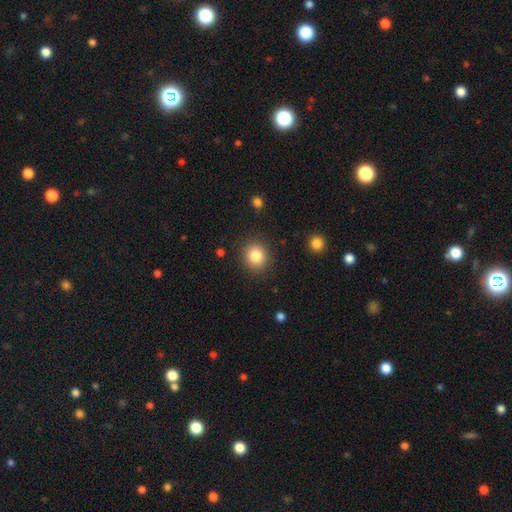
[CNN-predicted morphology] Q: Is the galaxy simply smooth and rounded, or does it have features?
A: smooth — 84%.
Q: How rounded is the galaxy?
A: round — 81%.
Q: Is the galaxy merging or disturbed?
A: none — 88%.